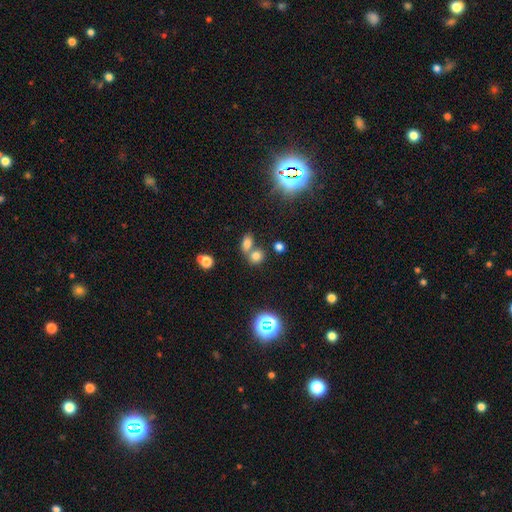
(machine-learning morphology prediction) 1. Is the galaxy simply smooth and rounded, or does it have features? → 70% smooth, 21% star or artifact, 9% featured or disk.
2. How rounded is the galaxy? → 63% round, 36% in between, 2% cigar-shaped.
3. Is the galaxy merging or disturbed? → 47% none, 41% merger, 8% minor disturbance, 4% major disturbance.